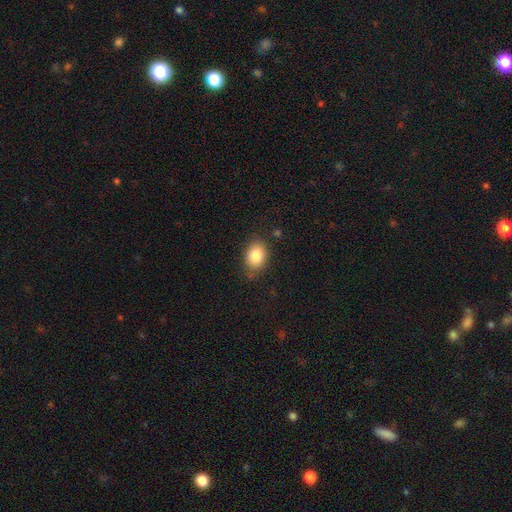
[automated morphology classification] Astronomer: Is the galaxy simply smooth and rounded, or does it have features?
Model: smooth — 85%.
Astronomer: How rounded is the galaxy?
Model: in between — 73%.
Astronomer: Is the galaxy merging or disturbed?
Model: none — 79%.